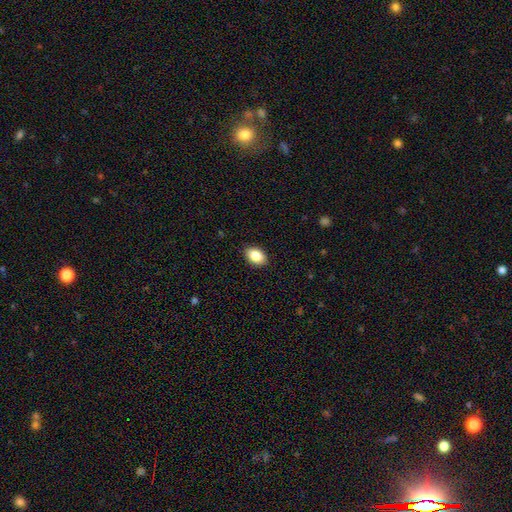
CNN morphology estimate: smooth_or_featured: smooth (p=0.87) [alt: star or artifact p=0.07]
how_rounded: in between (p=0.86) [alt: round p=0.13]
merging: none (p=0.88) [alt: minor disturbance p=0.09]